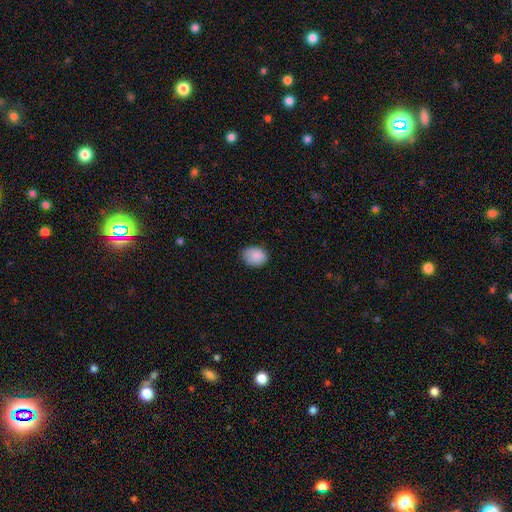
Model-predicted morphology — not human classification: Smooth or featured? smooth (88%)
How rounded? in between (62%)
Merging? none (76%)